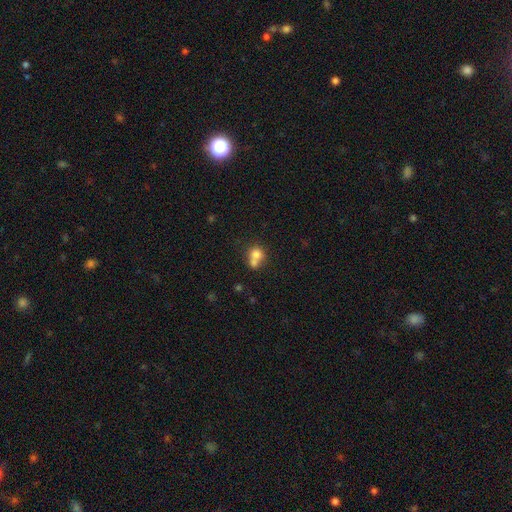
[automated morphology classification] The model was most divided on "merging": merger: 59%, none: 30%, minor disturbance: 7%, major disturbance: 4%. More confident: how rounded — round (75%); smooth or featured — smooth (74%).